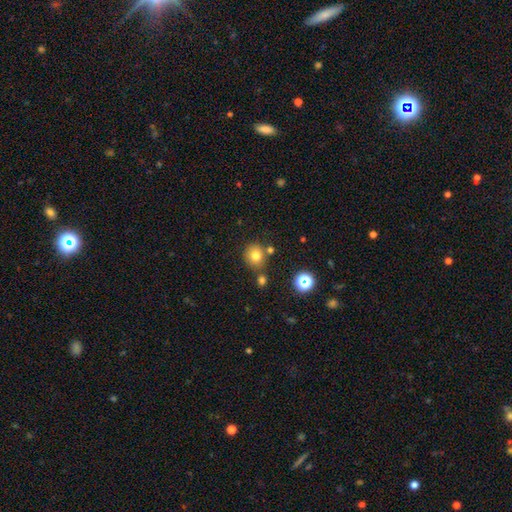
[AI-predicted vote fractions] smooth 76%, star or artifact 15%, featured or disk 9%. Down the decision tree: how rounded — round (86%); merging — none (71%).